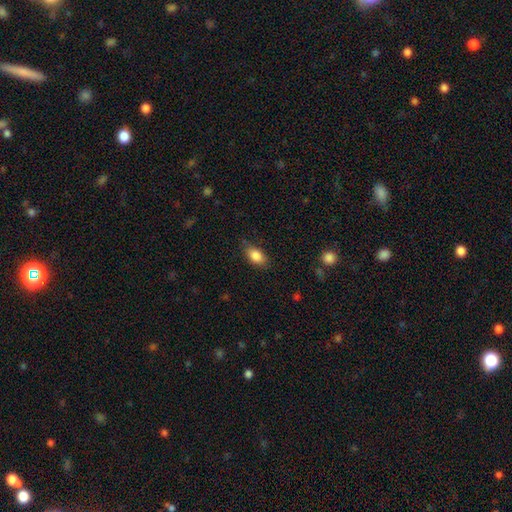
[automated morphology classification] smooth_or_featured: smooth (p=0.86) [alt: star or artifact p=0.08]
how_rounded: in between (p=0.89) [alt: round p=0.08]
merging: none (p=0.79) [alt: minor disturbance p=0.16]